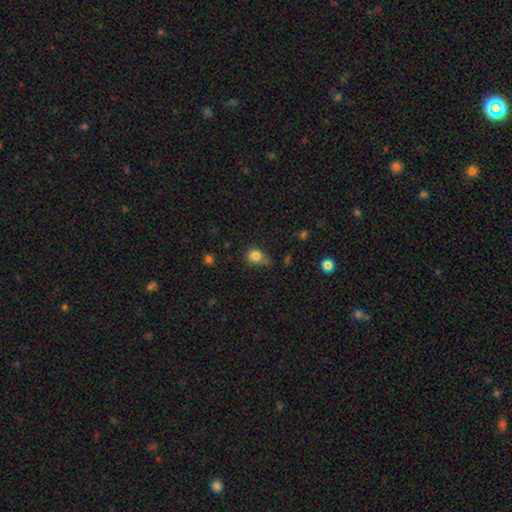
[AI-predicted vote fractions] This is clearly a smooth galaxy (81%). How rounded: likely round (68%). Merging: possibly none (45%).